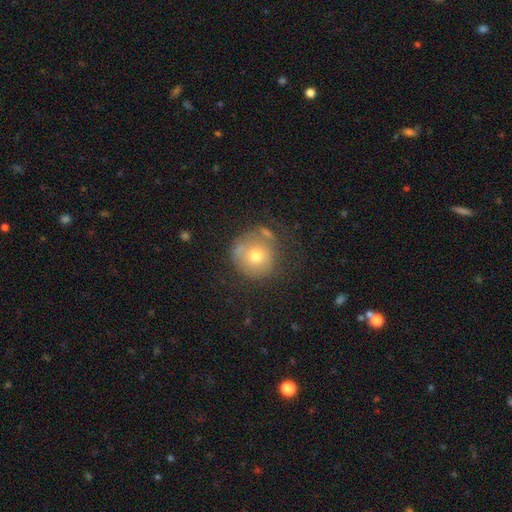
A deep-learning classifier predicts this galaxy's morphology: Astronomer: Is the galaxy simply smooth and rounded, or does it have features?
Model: smooth — 65%.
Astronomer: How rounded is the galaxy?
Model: round — 92%.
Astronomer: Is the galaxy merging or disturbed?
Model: none — 58%.